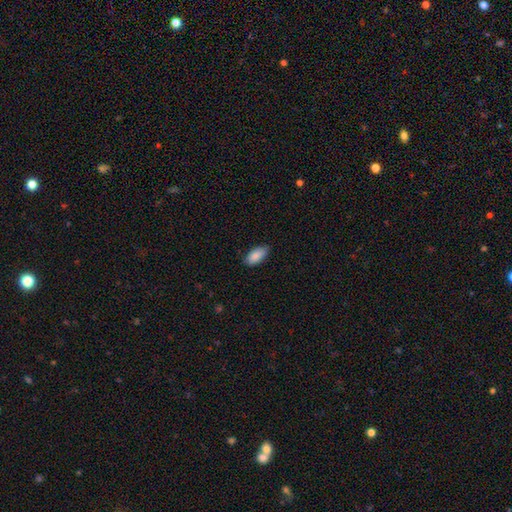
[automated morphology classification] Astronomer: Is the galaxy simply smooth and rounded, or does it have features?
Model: smooth — 89%.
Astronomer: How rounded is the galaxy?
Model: in between — 92%.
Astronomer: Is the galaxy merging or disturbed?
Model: none — 82%.